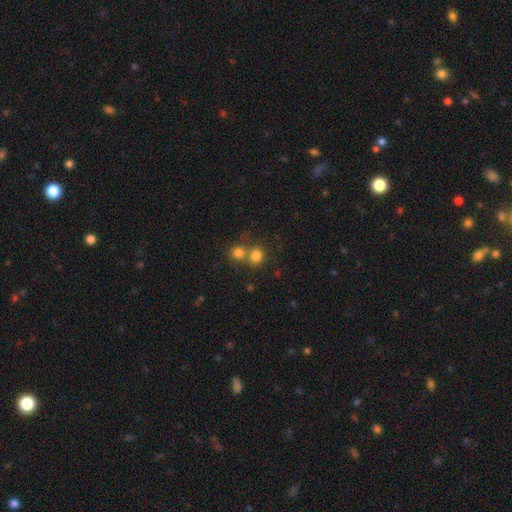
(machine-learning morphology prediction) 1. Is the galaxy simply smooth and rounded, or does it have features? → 79% smooth, 13% star or artifact, 8% featured or disk.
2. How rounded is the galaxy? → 79% round, 20% in between, 1% cigar-shaped.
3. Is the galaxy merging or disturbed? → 48% none, 42% merger, 7% minor disturbance, 3% major disturbance.